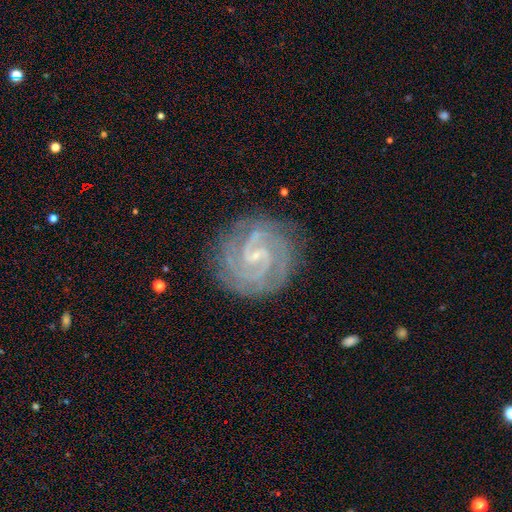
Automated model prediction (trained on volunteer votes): The model was most divided on "bar": weak: 51%, no: 28%, strong: 21%. More confident: spiral arms — yes (99%); edge-on disk — no (98%); smooth or featured — featured or disk (91%); merging — none (83%); bulge size — small (76%); spiral winding — tight (74%); spiral arm count — 2 (62%).